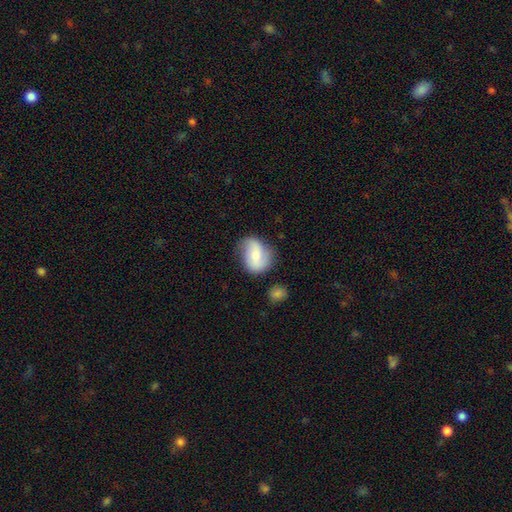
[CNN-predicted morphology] Overall: smooth (61%; featured or disk 32%). How rounded: in between (60%; round 39%). Merging: none (62%; minor disturbance 26%).